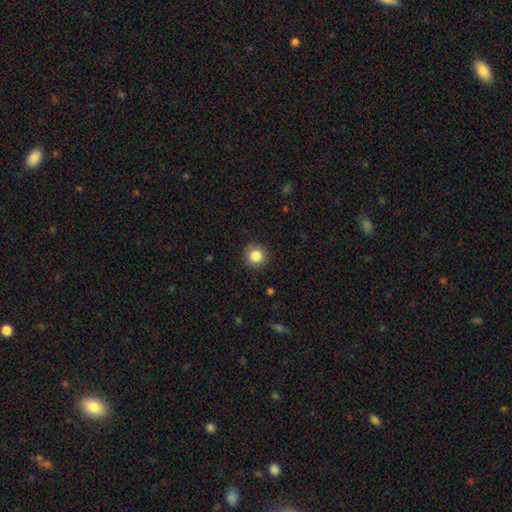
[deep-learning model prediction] Morphology: type=smooth (85%); roundness=round (93%); merging=none (89%).